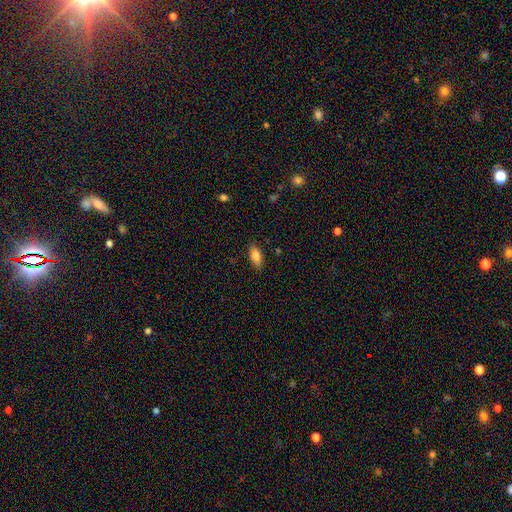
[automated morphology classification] Overall: smooth (83%). How rounded: in between (88%). Merging: none (85%).